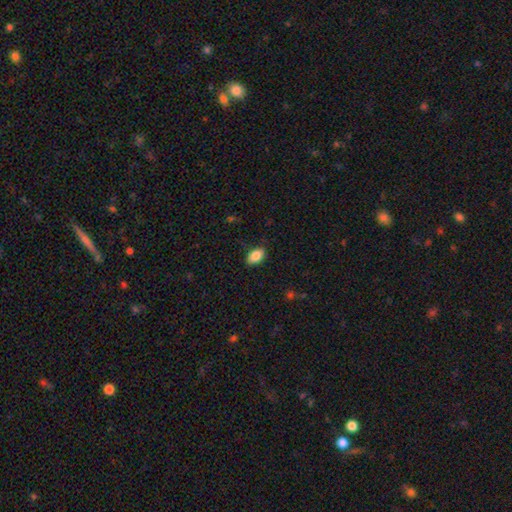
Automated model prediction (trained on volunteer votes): Smooth or featured: smooth — 86% (star or artifact — 7%)
How rounded: in between — 90% (round — 7%)
Merging: none — 84% (minor disturbance — 12%)